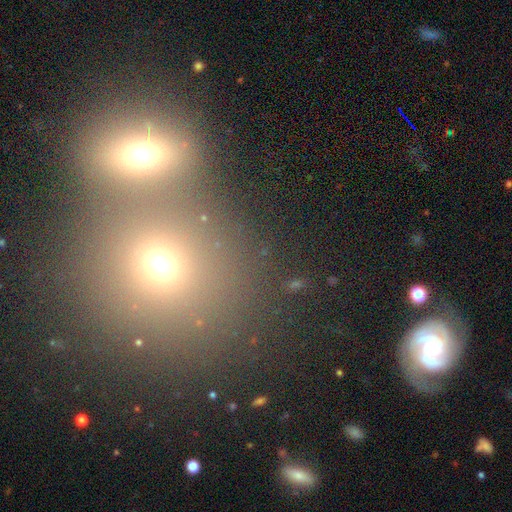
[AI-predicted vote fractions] Q: Smooth or featured?
A: smooth (57%); runner-up: star or artifact (29%)
Q: How rounded?
A: round (76%); runner-up: in between (22%)
Q: Merging?
A: none (53%); runner-up: merger (34%)